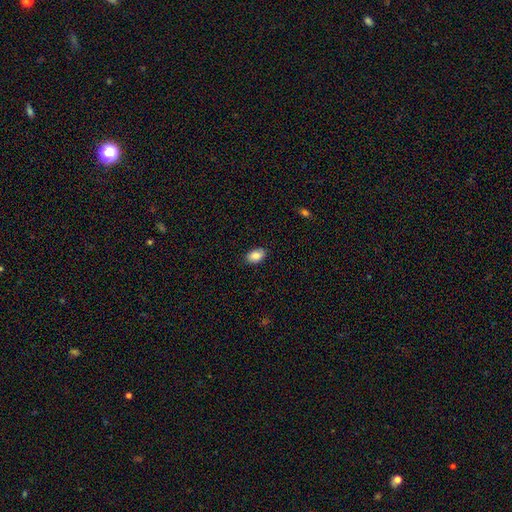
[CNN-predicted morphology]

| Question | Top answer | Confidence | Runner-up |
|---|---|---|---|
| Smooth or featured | smooth | 87% | star or artifact (7%) |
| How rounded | in between | 89% | round (10%) |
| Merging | none | 87% | minor disturbance (10%) |